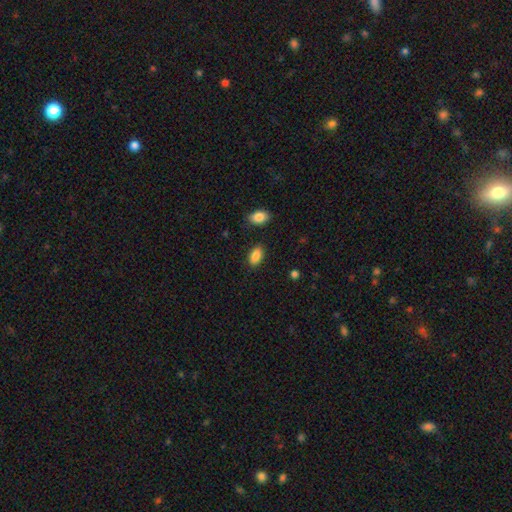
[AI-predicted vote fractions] The model was most divided on "merging": none: 86%, minor disturbance: 9%, major disturbance: 3%, merger: 2%. More confident: how rounded — in between (92%); smooth or featured — smooth (88%).